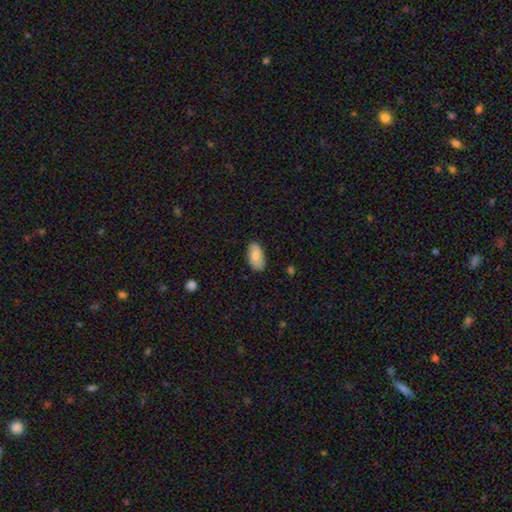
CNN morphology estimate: smooth_or_featured: smooth (p=0.77) [alt: featured or disk p=0.16]
how_rounded: in between (p=0.94) [alt: round p=0.03]
merging: none (p=0.82) [alt: minor disturbance p=0.14]